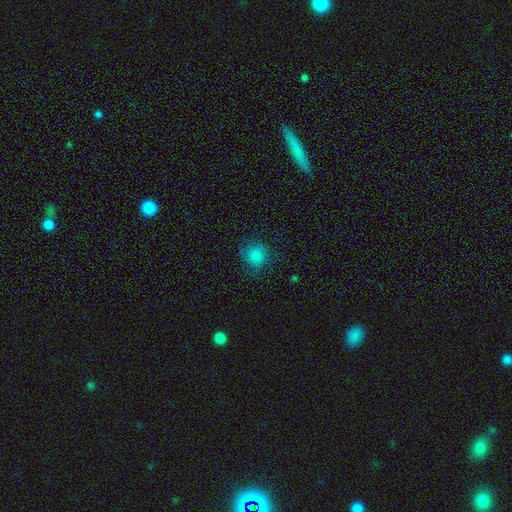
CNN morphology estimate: This is clearly a smooth galaxy (82%). How rounded: clearly round (88%). Merging: likely none (75%).